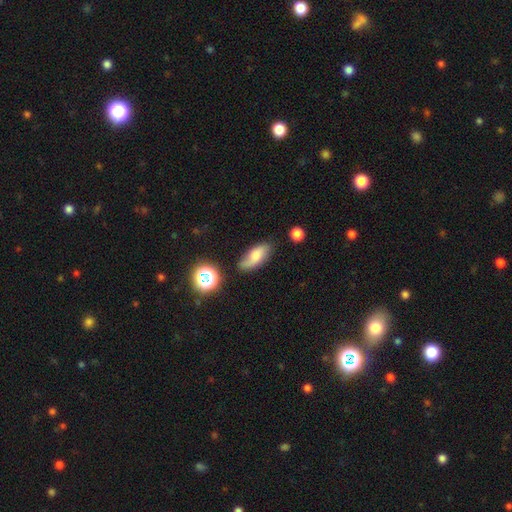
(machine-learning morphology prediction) This appears to be a smooth galaxy with no disk features (64%) that is in between round and cigar-shaped (82%). Merging: none (67%).